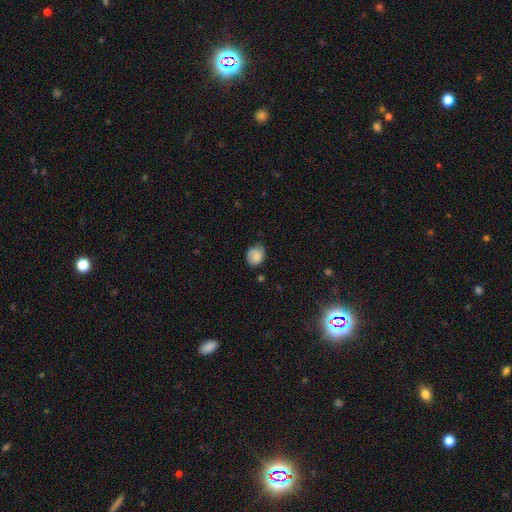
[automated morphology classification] Overall: smooth (74%). How rounded: round (59%; in between 40%). Merging: none (61%; minor disturbance 30%).